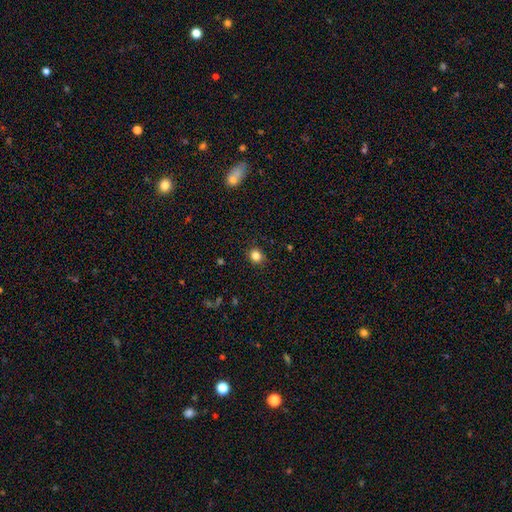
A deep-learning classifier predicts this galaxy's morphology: type=smooth (83%); roundness=round (78%); merging=none (88%).